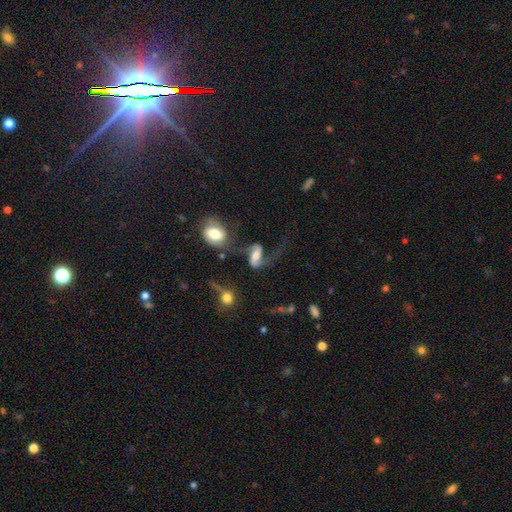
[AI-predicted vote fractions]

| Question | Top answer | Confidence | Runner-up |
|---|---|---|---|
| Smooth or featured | featured or disk | 75% | smooth (17%) |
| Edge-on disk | no | 94% | yes (6%) |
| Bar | weak | 40% | strong (34%) |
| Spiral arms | yes | 92% | no (8%) |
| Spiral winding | loose | 77% | medium (18%) |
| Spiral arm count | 2 | 84% | 1 (11%) |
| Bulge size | moderate | 47% | small (24%) |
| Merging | none | 35% | major disturbance (28%) |